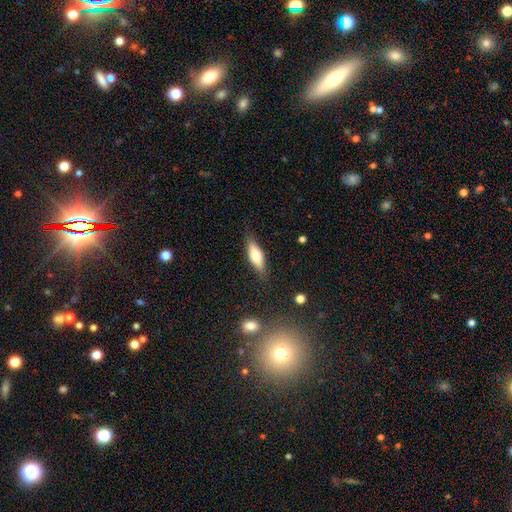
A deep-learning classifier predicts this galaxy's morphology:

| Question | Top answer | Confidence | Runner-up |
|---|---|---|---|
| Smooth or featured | smooth | 63% | featured or disk (31%) |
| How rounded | in between | 57% | cigar-shaped (41%) |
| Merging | none | 81% | minor disturbance (14%) |